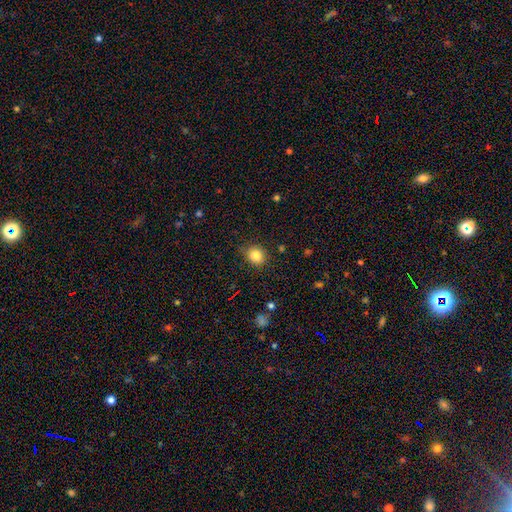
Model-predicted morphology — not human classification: Smooth or featured? smooth (83%)
How rounded? round (71%)
Merging? none (83%)